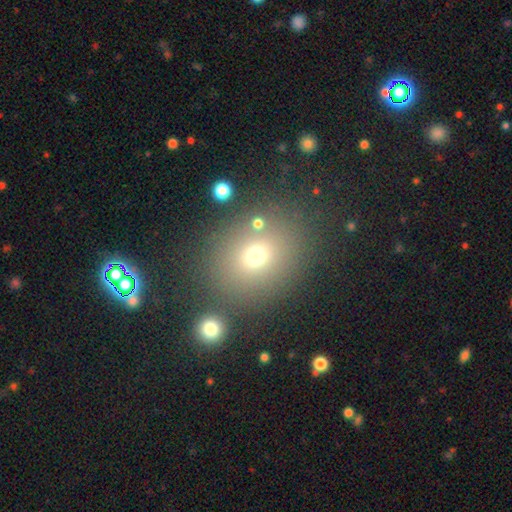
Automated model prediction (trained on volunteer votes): This is likely a smooth galaxy (70%). How rounded: likely round (63%). Merging: likely none (75%).